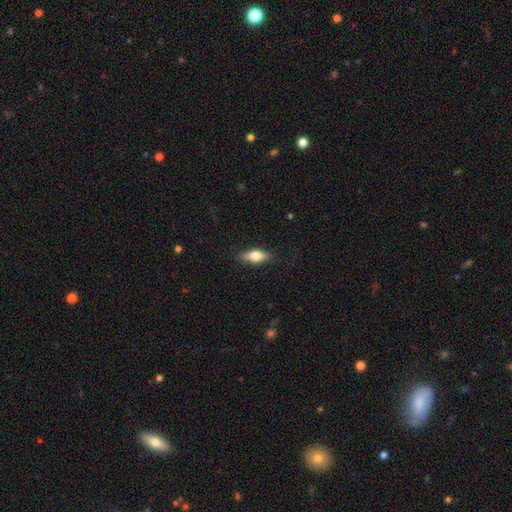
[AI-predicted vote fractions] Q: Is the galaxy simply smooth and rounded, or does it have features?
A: smooth — 64%.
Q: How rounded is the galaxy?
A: in between — 67%.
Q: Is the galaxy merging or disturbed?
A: none — 85%.